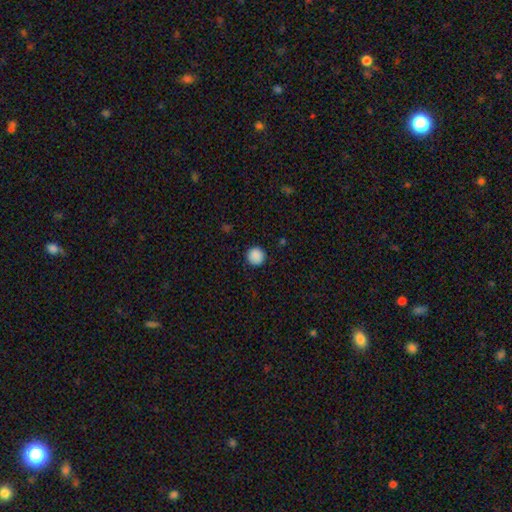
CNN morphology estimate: A smooth galaxy with no disk features (89%) that is round (95%).

Vote fractions:
- Smooth or featured? smooth: 89% / star or artifact: 8% / featured or disk: 3%
- How rounded? round: 95% / in between: 4% / cigar-shaped: 1%
- Merging? none: 91% / minor disturbance: 6% / major disturbance: 2% / merger: 1%